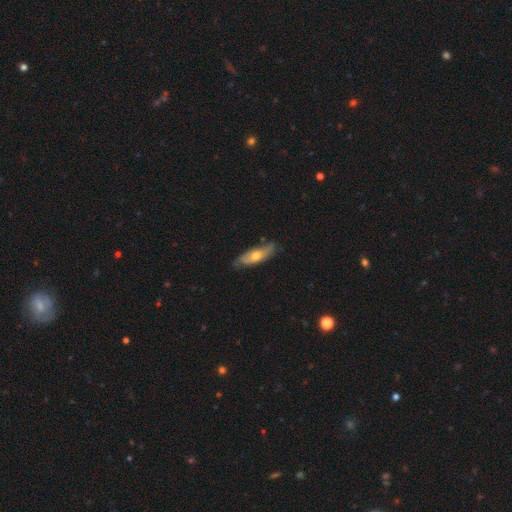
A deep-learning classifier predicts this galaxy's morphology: smooth 54%, featured or disk 40%, star or artifact 6%. Down the decision tree: how rounded — in between (57%); merging — none (74%).